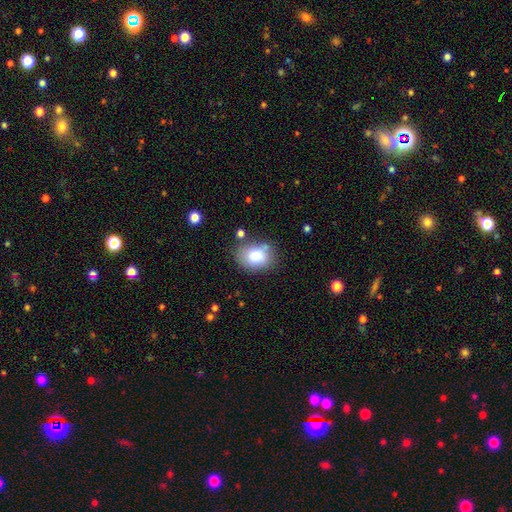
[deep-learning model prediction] smooth_or_featured: smooth (p=0.78) [alt: featured or disk p=0.12]
how_rounded: in between (p=0.61) [alt: round p=0.38]
merging: none (p=0.71) [alt: minor disturbance p=0.18]